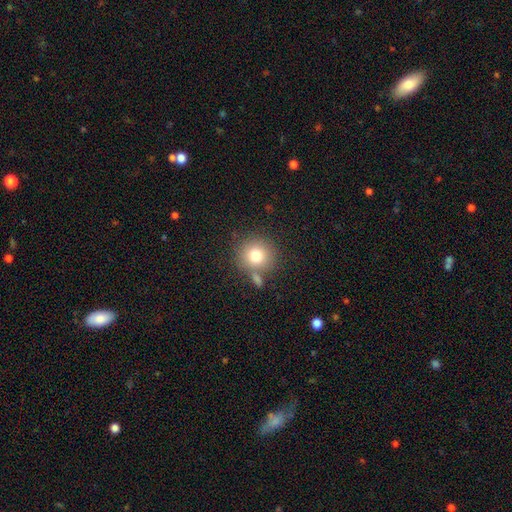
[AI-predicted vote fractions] smooth 78%, featured or disk 12%, star or artifact 11%. Down the decision tree: how rounded — round (91%); merging — none (70%).